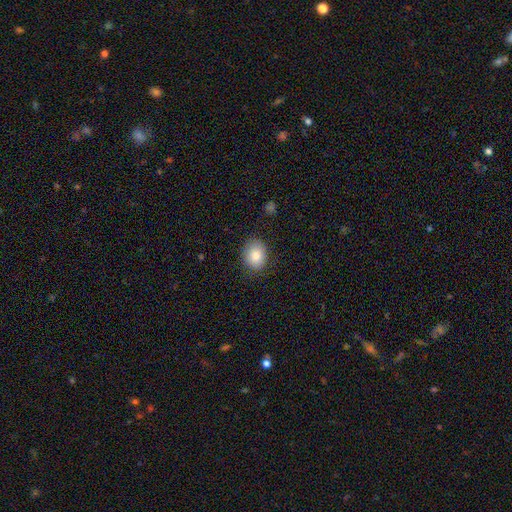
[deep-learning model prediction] A smooth galaxy with no disk features (82%) that is in between round and cigar-shaped (54%). Merging: none (84%).